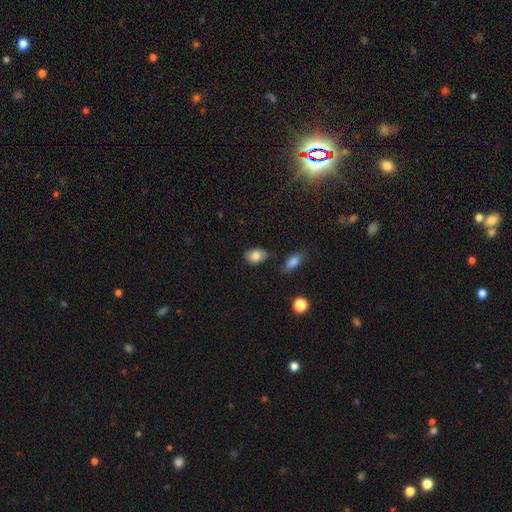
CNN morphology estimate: A smooth galaxy with no disk features (83%) that is in between round and cigar-shaped (84%). Merging: none (78%).